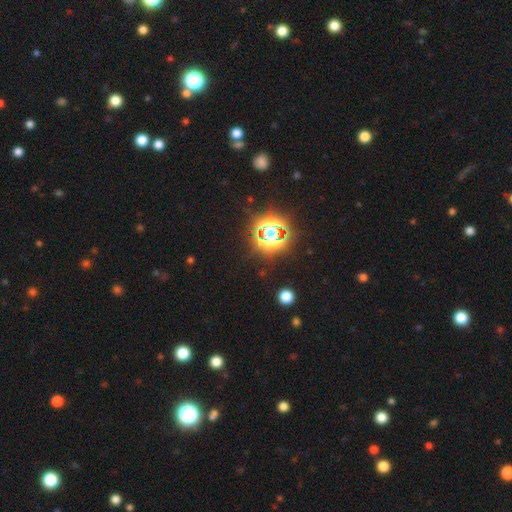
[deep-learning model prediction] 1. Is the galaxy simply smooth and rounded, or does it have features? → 78% star or artifact, 16% smooth, 7% featured or disk.